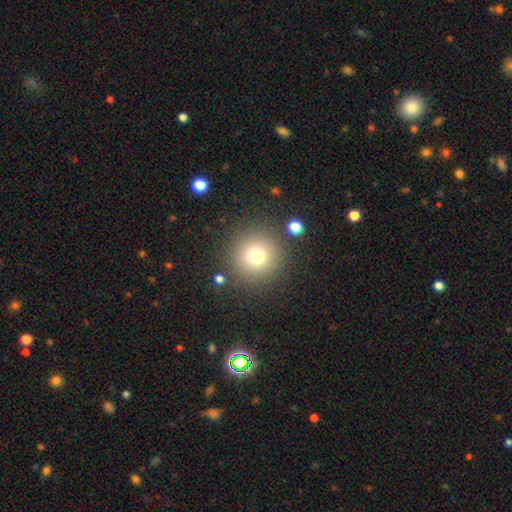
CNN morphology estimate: Smooth or featured?
  - smooth: 74% *
  - star or artifact: 16%
  - featured or disk: 10%
How rounded?
  - round: 96% *
  - in between: 3%
  - cigar-shaped: 1%
Merging?
  - none: 86% *
  - minor disturbance: 7%
  - major disturbance: 4%
  - merger: 4%